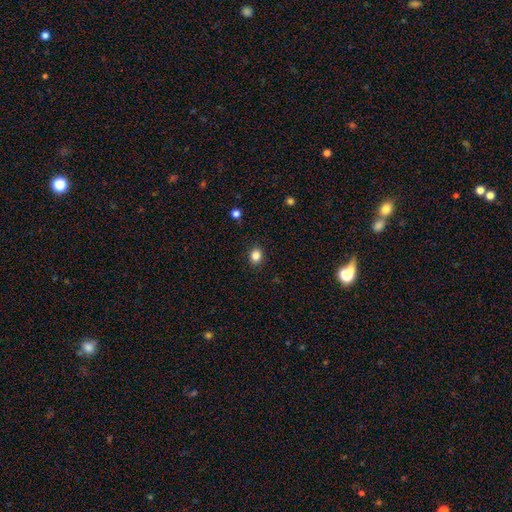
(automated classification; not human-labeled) This is clearly a smooth galaxy (84%). How rounded: likely round (61%). Merging: clearly none (89%).